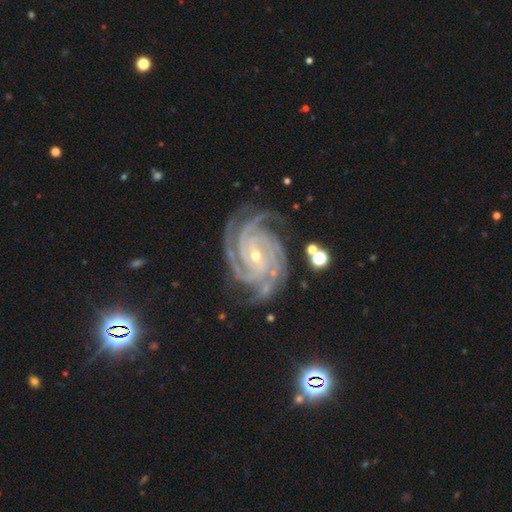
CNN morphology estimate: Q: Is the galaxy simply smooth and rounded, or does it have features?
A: featured or disk — 94%.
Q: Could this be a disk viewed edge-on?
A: no — 98%.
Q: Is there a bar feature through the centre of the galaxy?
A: no — 45%.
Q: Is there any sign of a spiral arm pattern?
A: yes — 99%.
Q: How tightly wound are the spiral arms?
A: tight — 79%.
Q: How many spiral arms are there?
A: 4 — 42%.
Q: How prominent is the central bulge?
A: small — 67%.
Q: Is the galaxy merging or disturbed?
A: none — 78%.